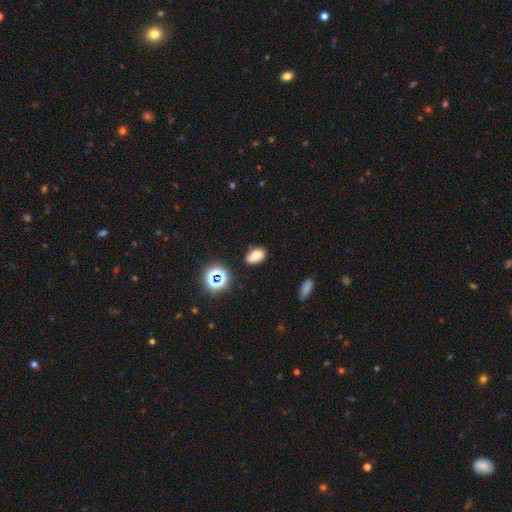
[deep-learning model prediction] The model was most divided on "merging": none: 72%, minor disturbance: 20%, major disturbance: 5%, merger: 4%. More confident: how rounded — in between (86%); smooth or featured — smooth (71%).